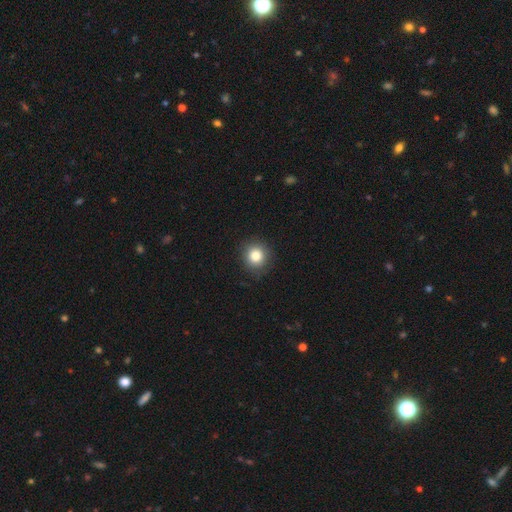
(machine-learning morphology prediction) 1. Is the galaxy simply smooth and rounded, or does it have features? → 83% smooth, 11% star or artifact, 6% featured or disk.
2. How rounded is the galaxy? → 90% round, 9% in between, 1% cigar-shaped.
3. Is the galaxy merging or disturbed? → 88% none, 8% minor disturbance, 2% major disturbance, 1% merger.